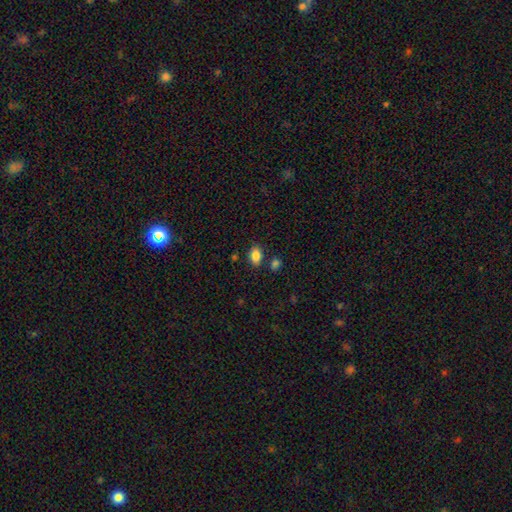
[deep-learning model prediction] The model was most divided on "how rounded": in between: 81%, round: 18%, cigar-shaped: 1%. More confident: smooth or featured — smooth (85%); merging — none (81%).